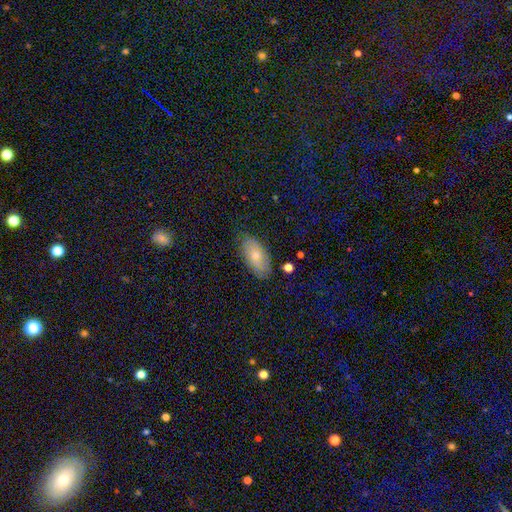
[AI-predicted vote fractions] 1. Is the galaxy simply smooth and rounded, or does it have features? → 68% smooth, 25% featured or disk, 7% star or artifact.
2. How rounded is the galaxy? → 92% in between, 5% cigar-shaped, 3% round.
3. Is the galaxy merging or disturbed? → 78% none, 16% minor disturbance, 3% major disturbance, 2% merger.